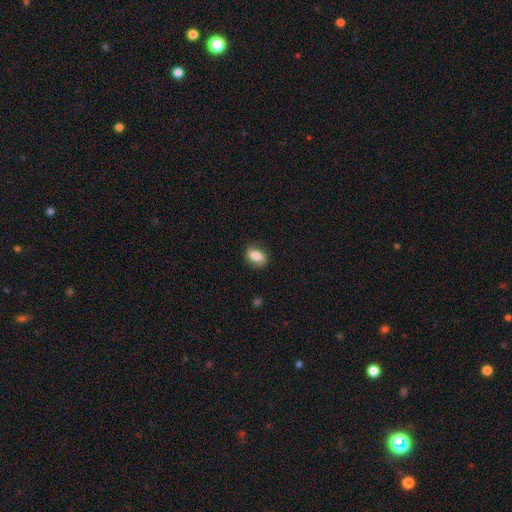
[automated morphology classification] Smooth or featured? Predicted: smooth (p=0.78). How rounded? Predicted: in between (p=0.79). Merging? Predicted: none (p=0.81).